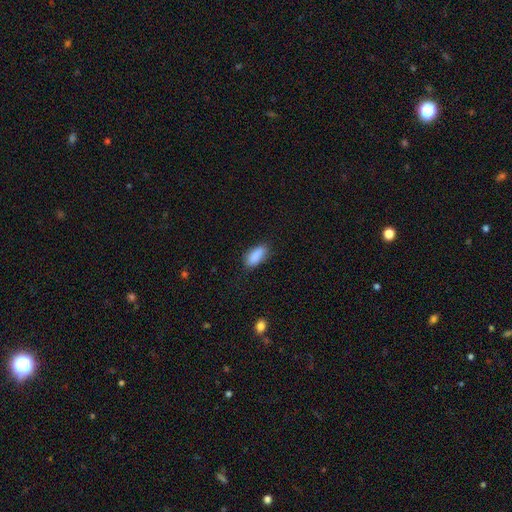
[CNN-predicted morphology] Overall: smooth (86%). How rounded: in between (76%). Merging: none (75%).